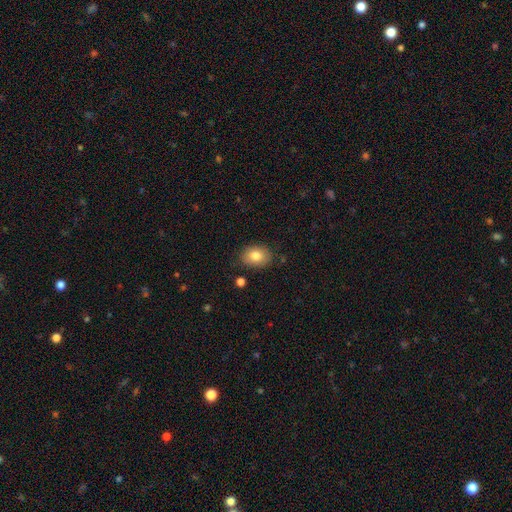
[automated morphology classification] type=smooth (83%); roundness=in between (73%); merging=none (83%).